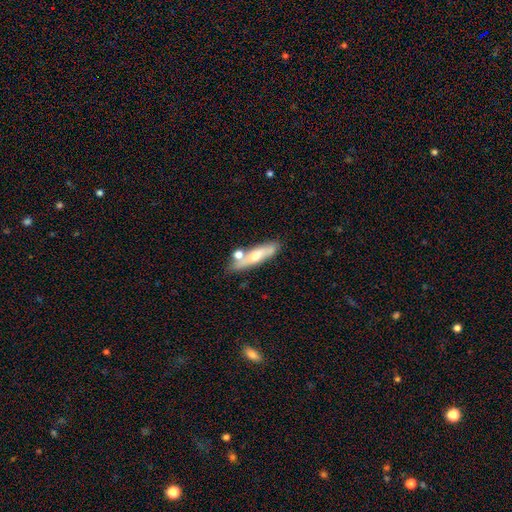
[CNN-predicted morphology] A smooth galaxy with no disk features (51%) that is cigar-shaped (70%).

Vote fractions:
- Smooth or featured? smooth: 51% / featured or disk: 42% / star or artifact: 7%
- How rounded? cigar-shaped: 70% / in between: 27% / round: 3%
- Merging? none: 61% / merger: 17% / minor disturbance: 17% / major disturbance: 5%